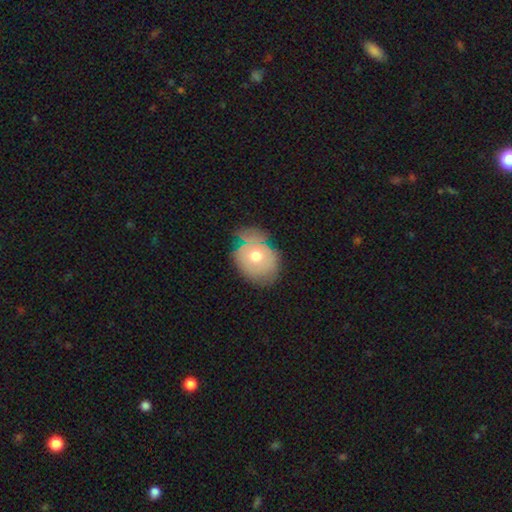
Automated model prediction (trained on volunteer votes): The model was most divided on "how rounded": in between: 56%, round: 43%, cigar-shaped: 1%. More confident: merging — none (59%); smooth or featured — smooth (58%).